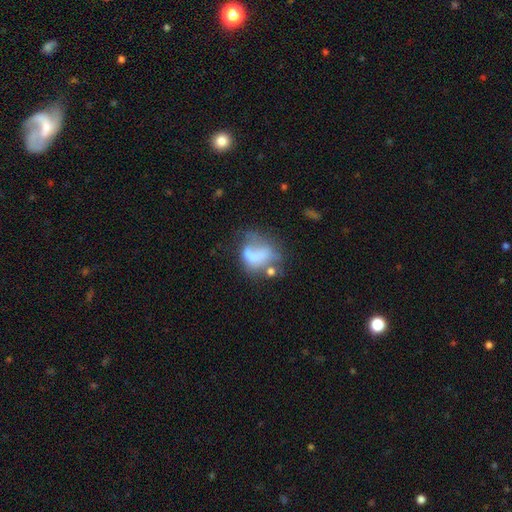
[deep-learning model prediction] Smooth or featured: smooth — 48% (featured or disk — 40%)
Merging: major disturbance — 37% (none — 25%)